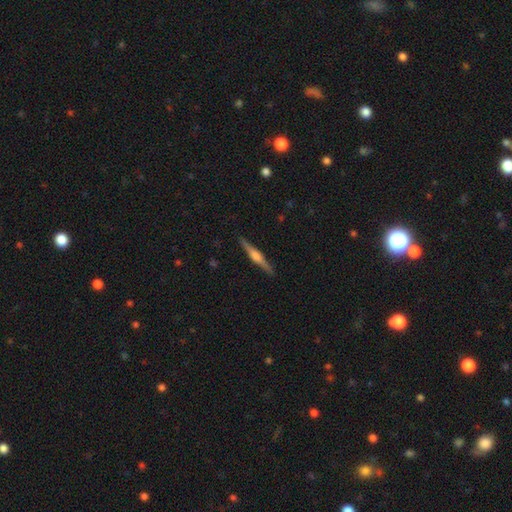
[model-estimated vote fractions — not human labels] Smooth or featured? Predicted: featured or disk (p=0.75). Edge-on disk? Predicted: yes (p=0.98). Edge-on bulge? Predicted: rounded (p=0.83). Merging? Predicted: none (p=0.92).